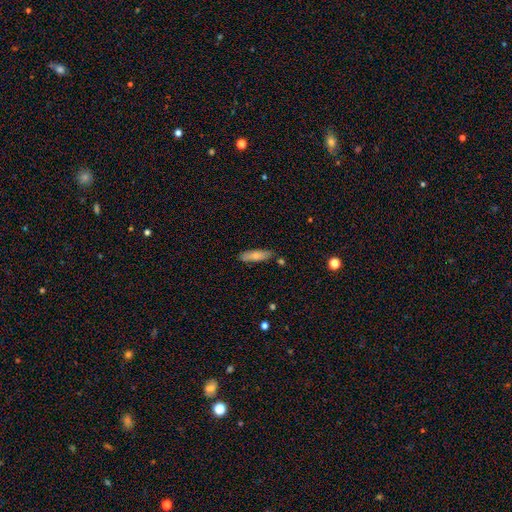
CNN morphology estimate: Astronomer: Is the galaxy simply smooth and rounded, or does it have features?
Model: smooth — 73%.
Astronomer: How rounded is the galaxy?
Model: cigar-shaped — 55% (runner-up: in between, 43%).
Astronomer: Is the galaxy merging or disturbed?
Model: none — 80%.